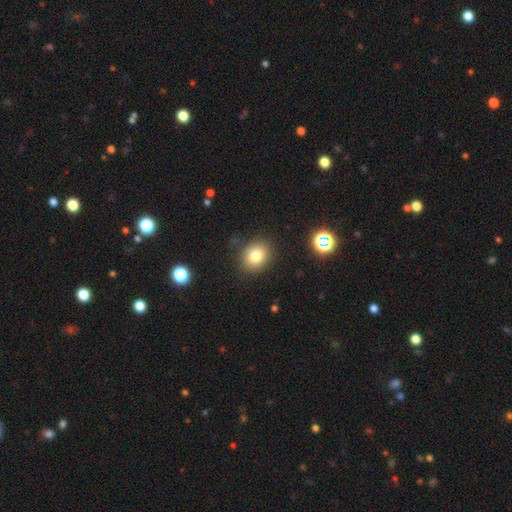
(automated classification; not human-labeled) The model was most divided on "how rounded": round: 63%, in between: 36%, cigar-shaped: 1%. More confident: merging — none (86%); smooth or featured — smooth (78%).